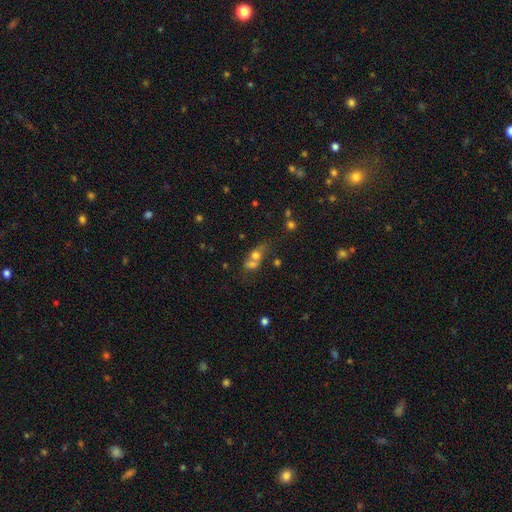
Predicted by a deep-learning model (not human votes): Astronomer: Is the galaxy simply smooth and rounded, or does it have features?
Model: smooth — 61%.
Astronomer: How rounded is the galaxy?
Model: round — 49% (runner-up: in between, 47%).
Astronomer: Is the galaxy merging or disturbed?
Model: merger — 65%.